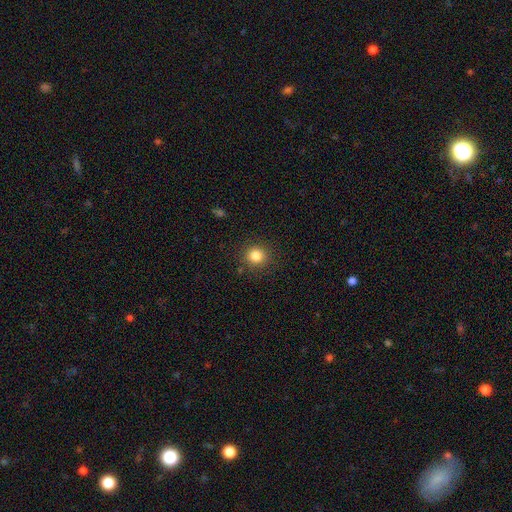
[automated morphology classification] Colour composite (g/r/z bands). It shows a smooth galaxy with no disk features (83%) that is round (90%). Merging: none (88%).